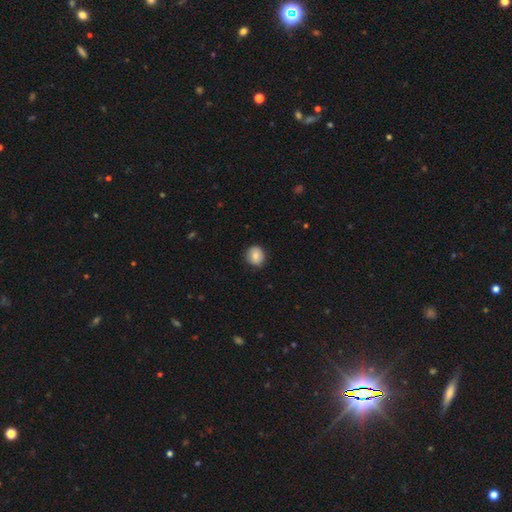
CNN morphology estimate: smooth 78%, featured or disk 13%, star or artifact 8%. Down the decision tree: how rounded — round (85%); merging — none (84%).